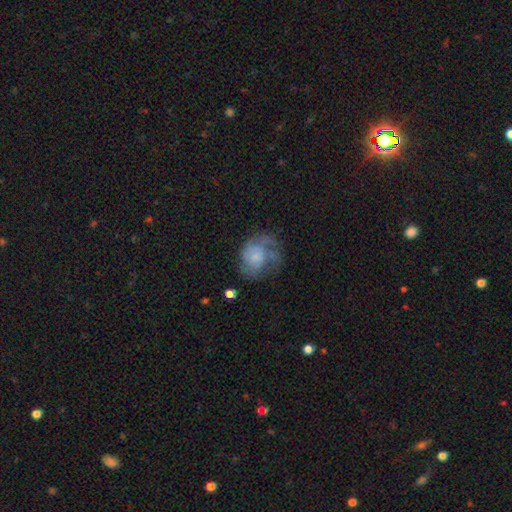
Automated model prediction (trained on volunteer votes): featured or disk 49%, smooth 42%, star or artifact 9%. Down the decision tree: merging — none (39%).